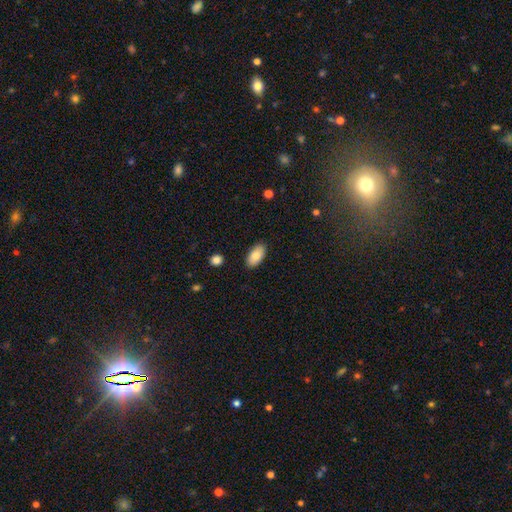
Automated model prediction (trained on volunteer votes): smooth_or_featured: smooth (p=0.85) [alt: featured or disk p=0.09]
how_rounded: in between (p=0.94) [alt: cigar-shaped p=0.03]
merging: none (p=0.88) [alt: minor disturbance p=0.09]